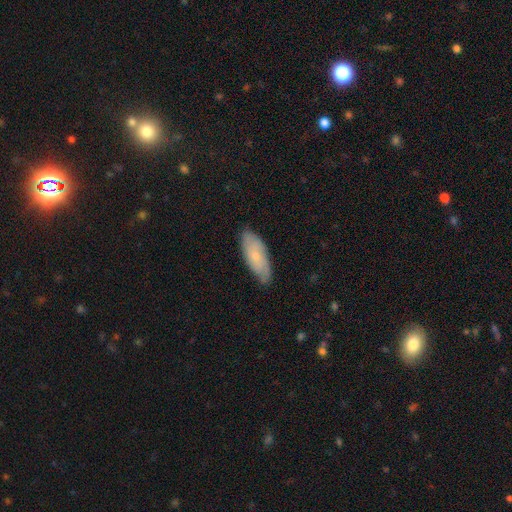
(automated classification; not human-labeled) Smooth or featured?
  - smooth: 54% *
  - featured or disk: 40%
  - star or artifact: 7%
How rounded?
  - in between: 73% *
  - cigar-shaped: 25%
  - round: 2%
Merging?
  - none: 76% *
  - minor disturbance: 19%
  - major disturbance: 3%
  - merger: 1%